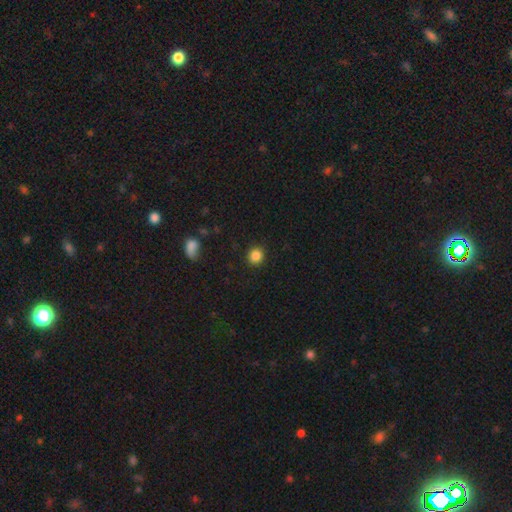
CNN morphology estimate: smooth 86%, star or artifact 11%, featured or disk 4%. Down the decision tree: how rounded — round (87%); merging — none (91%).